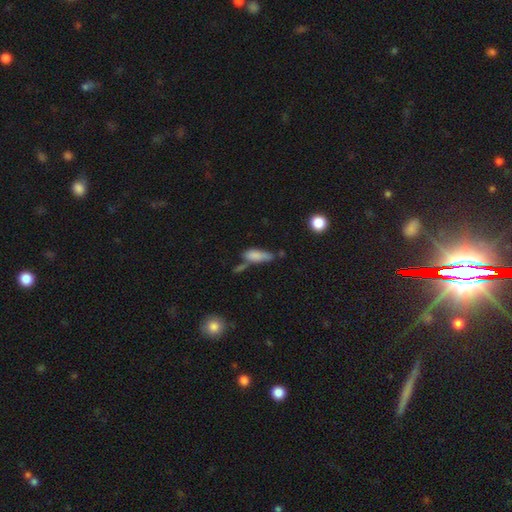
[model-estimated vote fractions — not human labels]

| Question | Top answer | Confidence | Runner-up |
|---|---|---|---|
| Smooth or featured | smooth | 77% | featured or disk (14%) |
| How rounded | in between | 60% | cigar-shaped (37%) |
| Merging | none | 38% | minor disturbance (25%) |